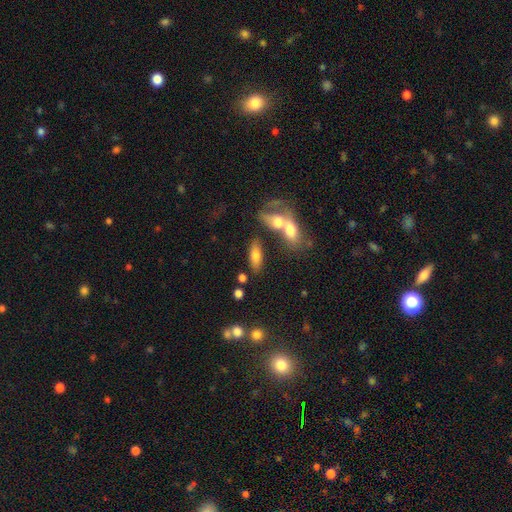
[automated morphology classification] This appears to be a smooth galaxy with no disk features (71%) that is in between round and cigar-shaped (73%). Merging: none (58%).